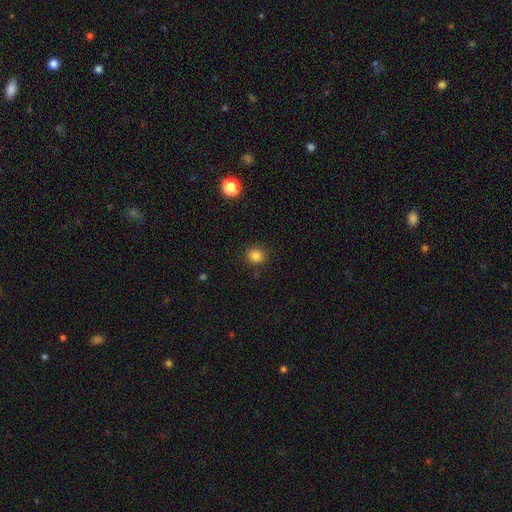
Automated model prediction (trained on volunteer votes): Smooth or featured?
  - smooth: 84% *
  - star or artifact: 12%
  - featured or disk: 4%
How rounded?
  - round: 88% *
  - in between: 11%
  - cigar-shaped: 1%
Merging?
  - none: 89% *
  - minor disturbance: 7%
  - major disturbance: 2%
  - merger: 2%